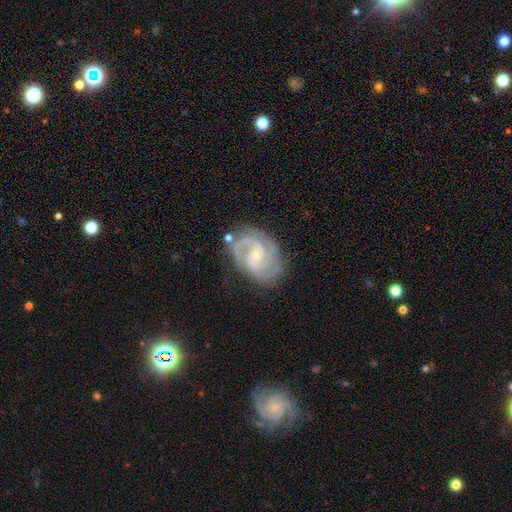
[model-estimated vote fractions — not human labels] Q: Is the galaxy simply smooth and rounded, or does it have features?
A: featured or disk — 92%.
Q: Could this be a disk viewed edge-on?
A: no — 98%.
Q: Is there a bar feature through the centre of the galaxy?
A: no — 47%.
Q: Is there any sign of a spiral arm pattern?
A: yes — 99%.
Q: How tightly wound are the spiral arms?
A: tight — 65%.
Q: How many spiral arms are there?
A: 2 — 57%.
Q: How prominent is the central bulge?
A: small — 75%.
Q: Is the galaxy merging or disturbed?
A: none — 76%.